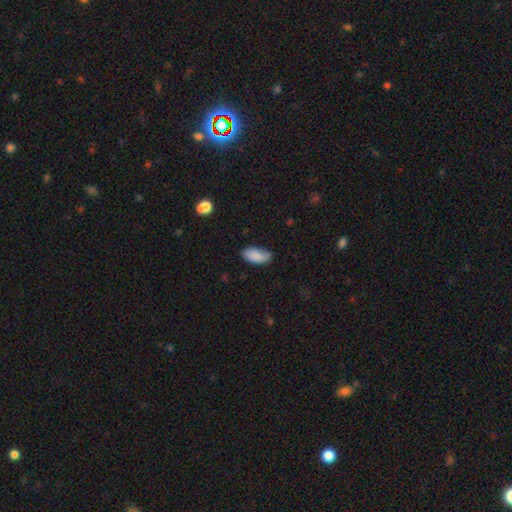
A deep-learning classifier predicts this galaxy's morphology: Q: Smooth or featured?
A: smooth (87%); runner-up: featured or disk (7%)
Q: How rounded?
A: in between (92%); runner-up: cigar-shaped (6%)
Q: Merging?
A: none (77%); runner-up: minor disturbance (19%)